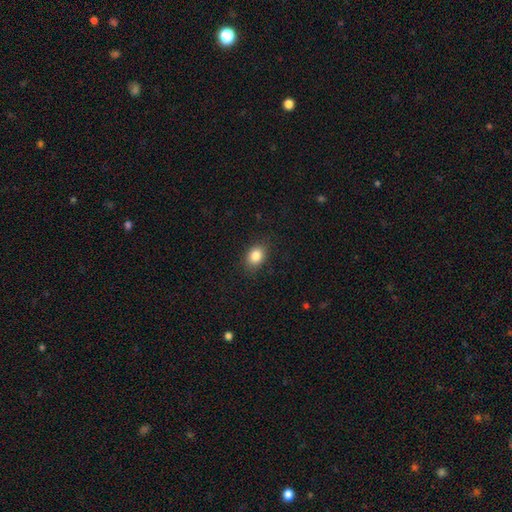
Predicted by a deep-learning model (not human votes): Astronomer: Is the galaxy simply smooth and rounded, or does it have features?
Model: smooth — 85%.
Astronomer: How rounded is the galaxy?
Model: in between — 66%.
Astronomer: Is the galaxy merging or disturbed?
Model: none — 86%.